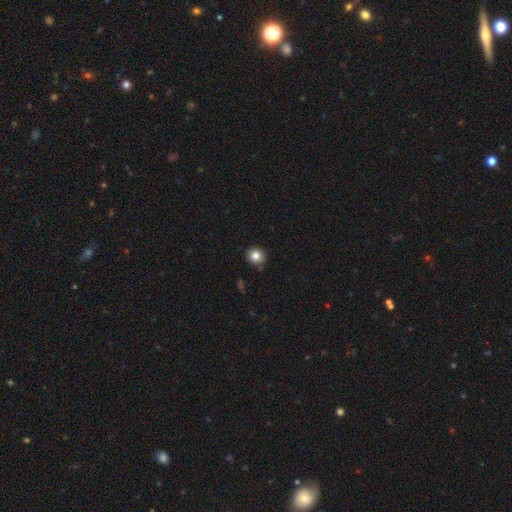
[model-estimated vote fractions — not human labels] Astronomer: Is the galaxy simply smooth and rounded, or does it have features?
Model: smooth — 83%.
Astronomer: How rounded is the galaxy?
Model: round — 89%.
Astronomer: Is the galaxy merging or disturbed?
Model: none — 88%.